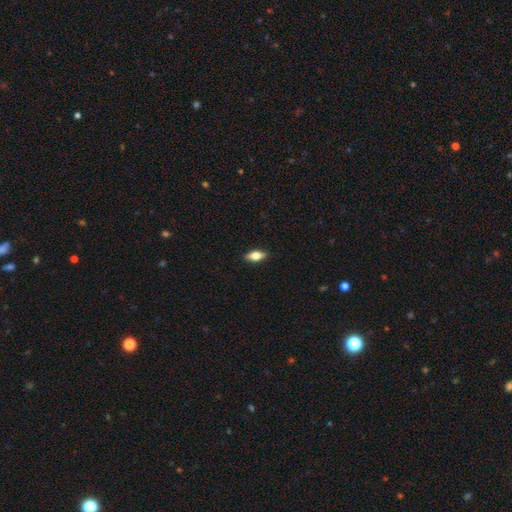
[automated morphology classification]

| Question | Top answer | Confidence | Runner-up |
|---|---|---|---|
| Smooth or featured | smooth | 65% | featured or disk (28%) |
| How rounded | in between | 78% | cigar-shaped (18%) |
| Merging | none | 89% | minor disturbance (8%) |